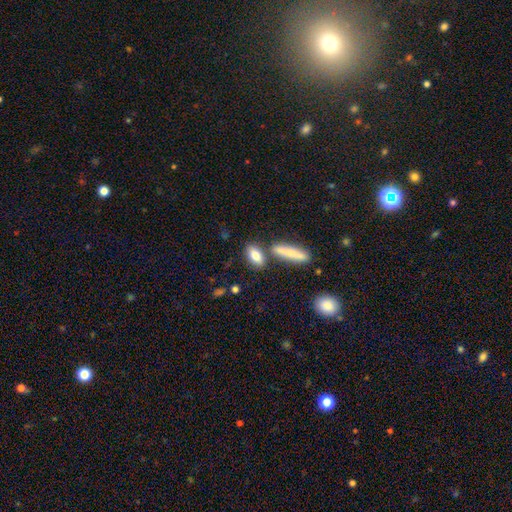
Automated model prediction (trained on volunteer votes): Smooth or featured? Predicted: smooth (p=0.80). How rounded? Predicted: in between (p=0.79). Merging? Predicted: none (p=0.68).